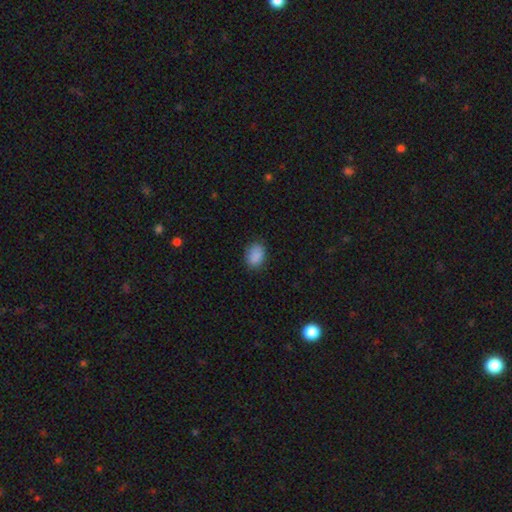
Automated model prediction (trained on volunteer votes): Smooth or featured?
  - smooth: 88% *
  - star or artifact: 9%
  - featured or disk: 3%
How rounded?
  - in between: 71% *
  - round: 27%
  - cigar-shaped: 1%
Merging?
  - none: 82% *
  - minor disturbance: 14%
  - major disturbance: 3%
  - merger: 1%